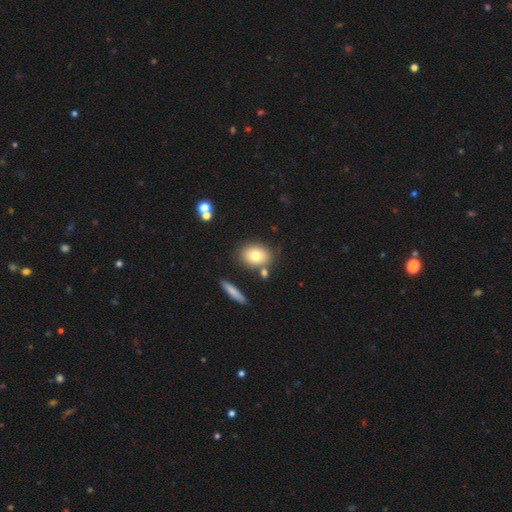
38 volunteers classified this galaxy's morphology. A smooth galaxy with no disk features (89%) that is round (50%).

Vote fractions:
- Smooth or featured? smooth: 89% / star or artifact: 8% / featured or disk: 3%
- How rounded? round: 50% / in between: 47% / cigar-shaped: 3%
- Merging? none: 69% / minor disturbance: 14% / merger: 14% / major disturbance: 3%